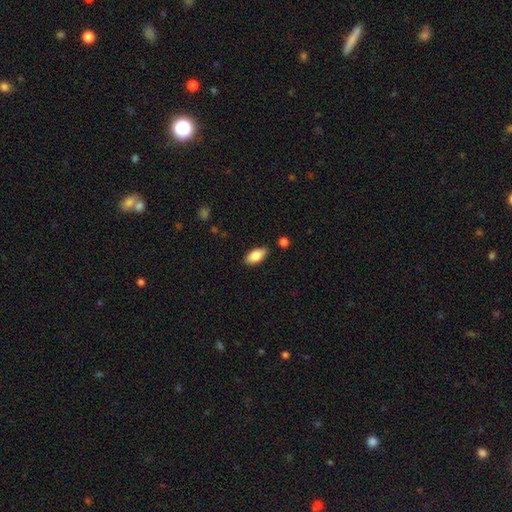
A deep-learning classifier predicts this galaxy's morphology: Smooth or featured? Predicted: smooth (p=0.83). How rounded? Predicted: in between (p=0.91). Merging? Predicted: none (p=0.85).